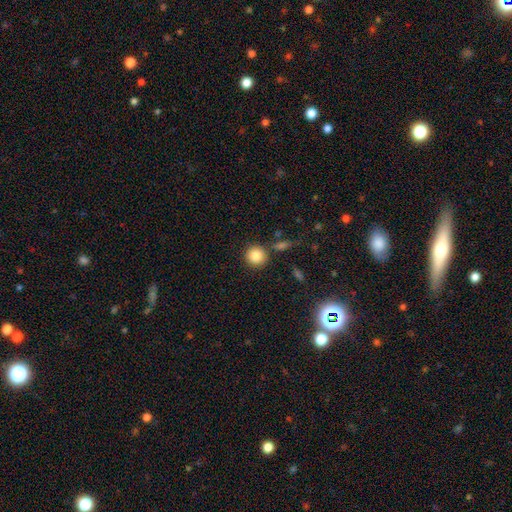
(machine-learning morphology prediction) smooth-or-featured: smooth: 85% | star or artifact: 9% | featured or disk: 6%
  how-rounded: round: 93% | in between: 6% | cigar-shaped: 1%
  merging: none: 83% | minor disturbance: 8% | merger: 6% | major disturbance: 3%